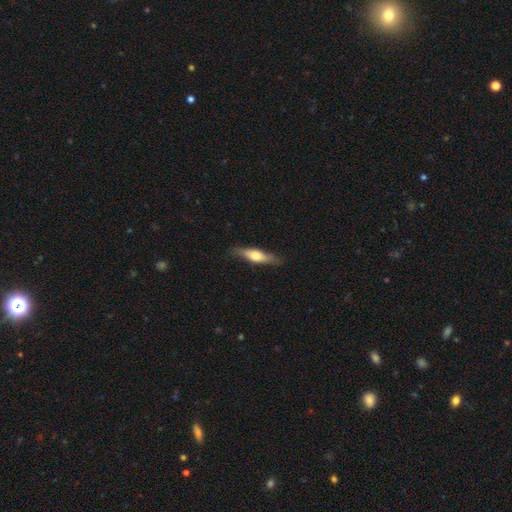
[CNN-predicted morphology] smooth 53%, featured or disk 42%, star or artifact 6%. Down the decision tree: how rounded — cigar-shaped (63%); merging — none (78%).